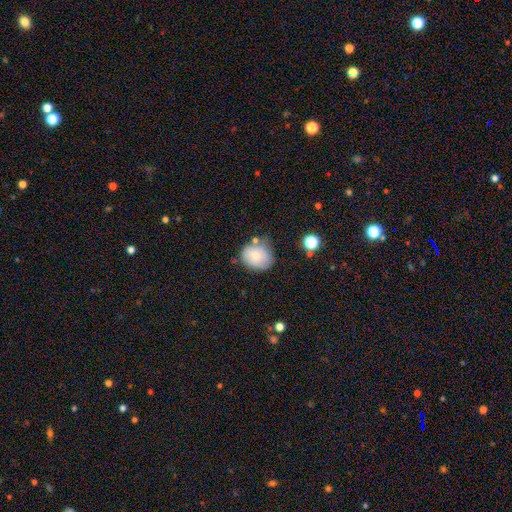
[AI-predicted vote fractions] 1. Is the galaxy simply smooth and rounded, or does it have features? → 75% smooth, 16% featured or disk, 9% star or artifact.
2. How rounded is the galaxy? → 65% round, 34% in between, 1% cigar-shaped.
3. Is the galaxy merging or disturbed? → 54% none, 29% minor disturbance, 9% merger, 8% major disturbance.